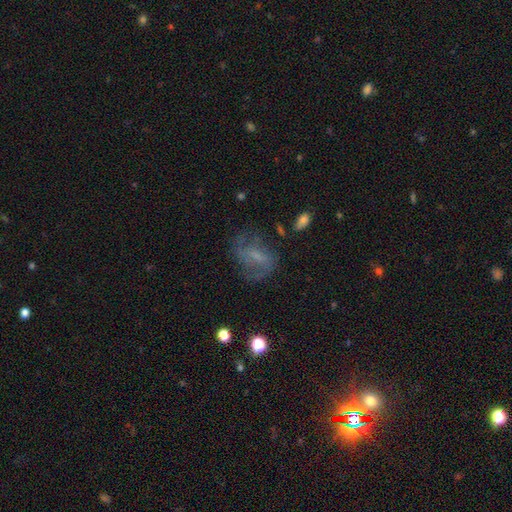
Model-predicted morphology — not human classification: Q: Smooth or featured?
A: featured or disk (53%); runner-up: smooth (33%)
Q: Edge-on disk?
A: no (94%); runner-up: yes (6%)
Q: Merging?
A: none (53%); runner-up: major disturbance (23%)